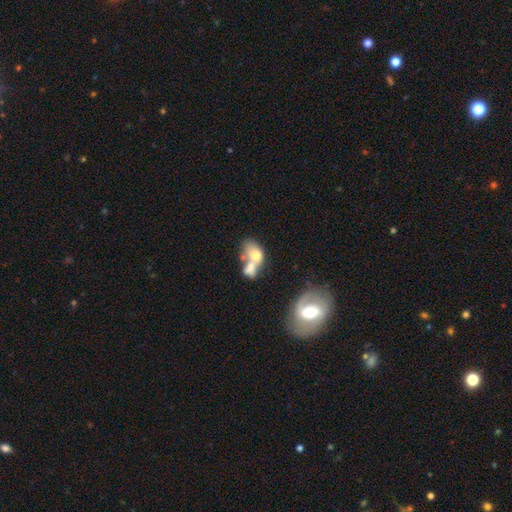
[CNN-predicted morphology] smooth_or_featured: smooth (p=0.58) [alt: featured or disk p=0.33]
how_rounded: in between (p=0.78) [alt: round p=0.20]
merging: merger (p=0.68) [alt: none p=0.14]